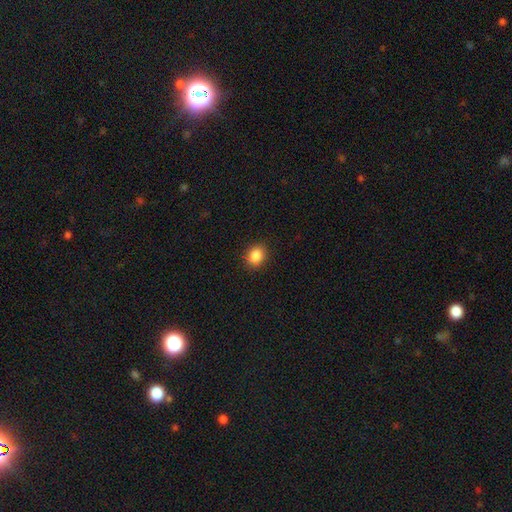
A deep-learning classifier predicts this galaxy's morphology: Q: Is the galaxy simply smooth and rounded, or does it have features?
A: smooth — 87%.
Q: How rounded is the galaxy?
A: round — 59%.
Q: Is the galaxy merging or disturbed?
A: none — 89%.